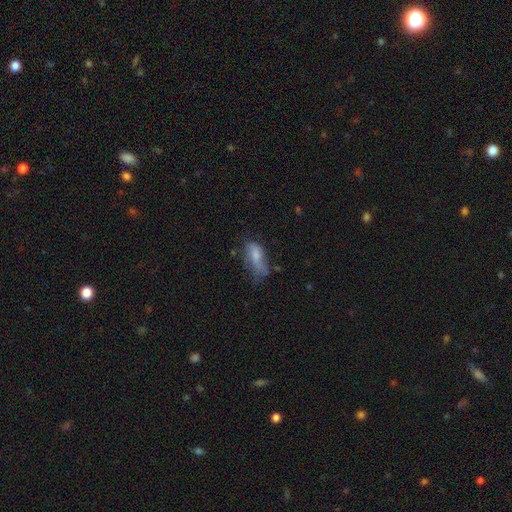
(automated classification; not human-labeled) Morphology: type=smooth (68%); roundness=in between (82%); merging=none (35%).